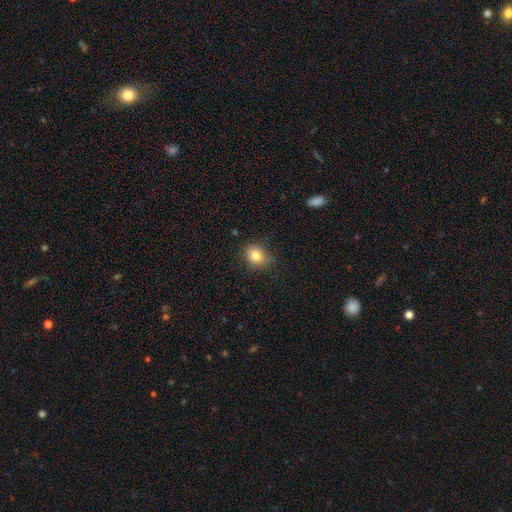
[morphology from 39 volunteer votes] Volunteers were most divided on "how rounded": round: 74%, in between: 26%, cigar-shaped: 0%. More confident: smooth or featured — smooth (79%); merging — none (74%).